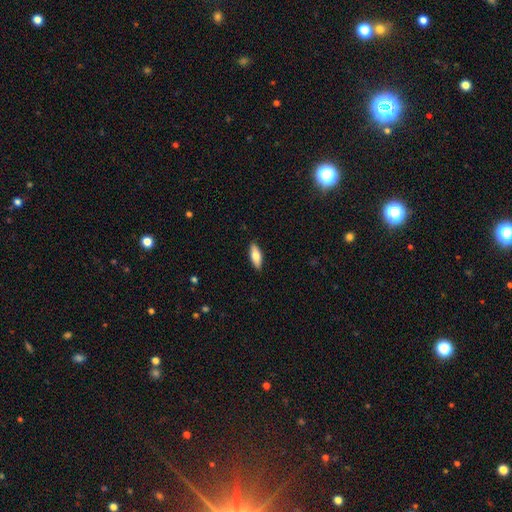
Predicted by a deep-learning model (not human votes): Smooth or featured? smooth (73%)
How rounded? in between (70%)
Merging? none (89%)